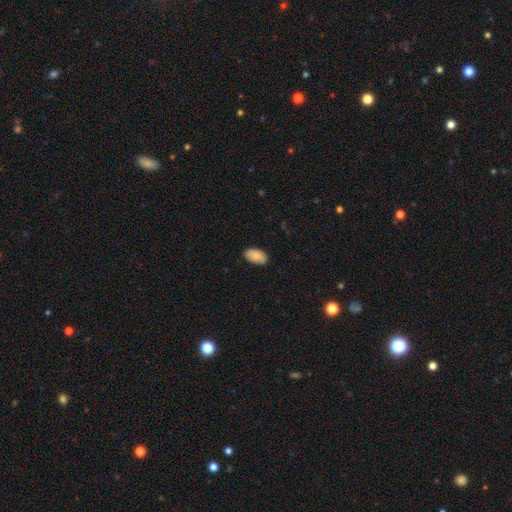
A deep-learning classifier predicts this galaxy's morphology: The model was most divided on "smooth or featured": smooth: 82%, featured or disk: 12%, star or artifact: 6%. More confident: how rounded — in between (94%); merging — none (86%).